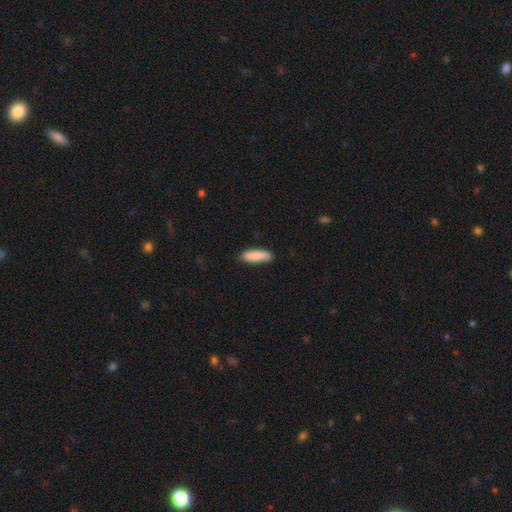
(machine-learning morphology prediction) A smooth galaxy with no disk features (86%) that is cigar-shaped (59%). Merging: none (82%).